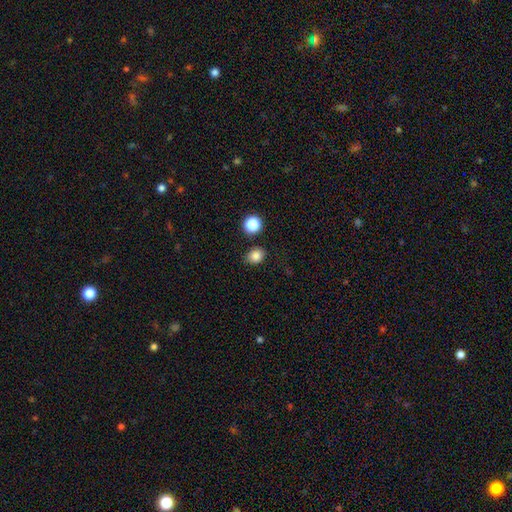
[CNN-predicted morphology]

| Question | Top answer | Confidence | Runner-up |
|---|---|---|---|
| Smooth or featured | smooth | 83% | star or artifact (12%) |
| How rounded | round | 62% | in between (37%) |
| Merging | none | 81% | minor disturbance (11%) |